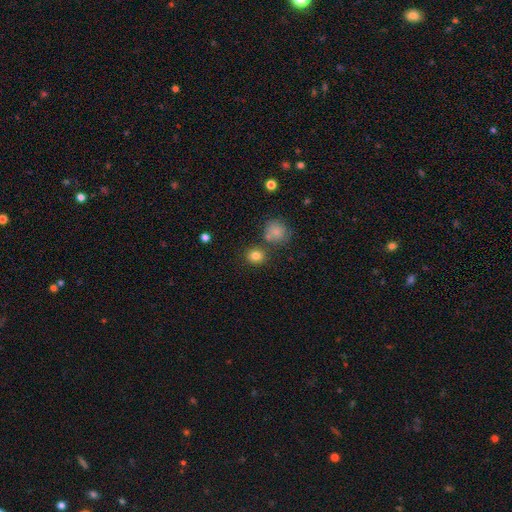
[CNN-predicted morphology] Smooth or featured?
  - smooth: 81% *
  - star or artifact: 13%
  - featured or disk: 6%
How rounded?
  - round: 82% *
  - in between: 17%
  - cigar-shaped: 1%
Merging?
  - none: 77% *
  - merger: 11%
  - minor disturbance: 9%
  - major disturbance: 3%